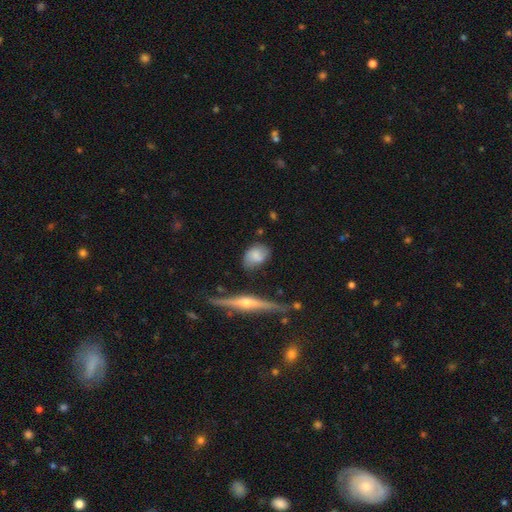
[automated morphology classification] This appears to be a smooth galaxy with no disk features (68%) that is in between round and cigar-shaped (67%). Merging: none (67%).